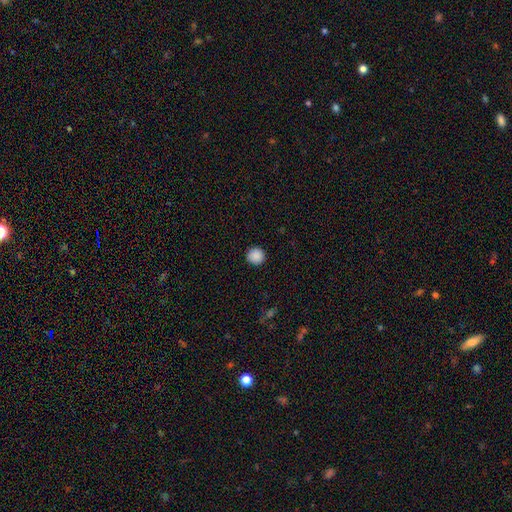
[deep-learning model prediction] Smooth or featured: smooth — 89% (star or artifact — 9%)
How rounded: round — 94% (in between — 5%)
Merging: none — 92% (minor disturbance — 5%)